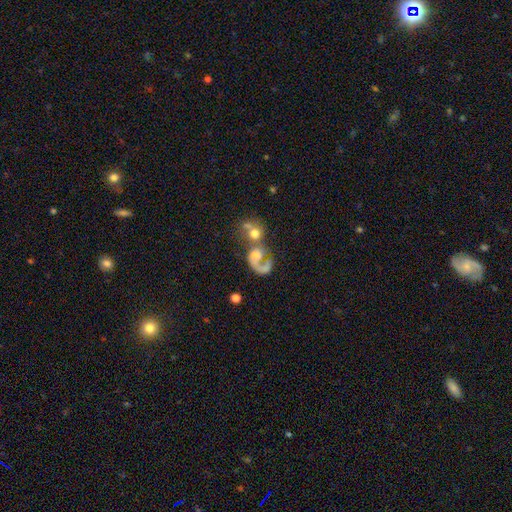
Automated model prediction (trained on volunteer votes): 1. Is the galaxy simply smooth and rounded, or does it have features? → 52% featured or disk, 37% smooth, 11% star or artifact.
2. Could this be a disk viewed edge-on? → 97% no, 3% yes.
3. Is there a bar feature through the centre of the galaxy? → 81% no, 15% weak, 4% strong.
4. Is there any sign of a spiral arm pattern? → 57% yes, 43% no.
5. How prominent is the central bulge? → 42% moderate, 18% small, 18% large, 17% none, 5% dominant.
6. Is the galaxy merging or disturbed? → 60% merger, 19% major disturbance, 14% none, 7% minor disturbance.